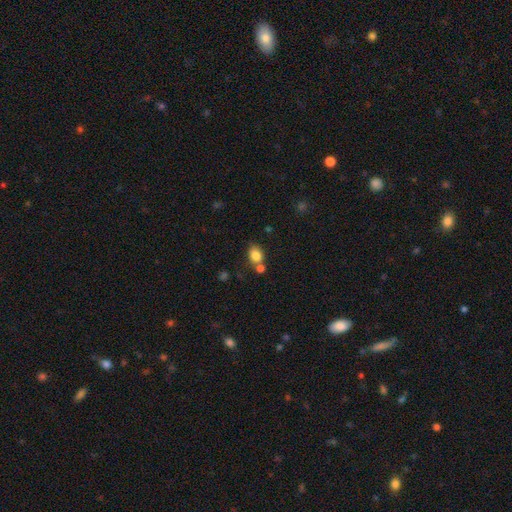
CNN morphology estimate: smooth_or_featured: smooth (p=0.83) [alt: star or artifact p=0.10]
how_rounded: in between (p=0.59) [alt: round p=0.40]
merging: none (p=0.61) [alt: merger p=0.23]